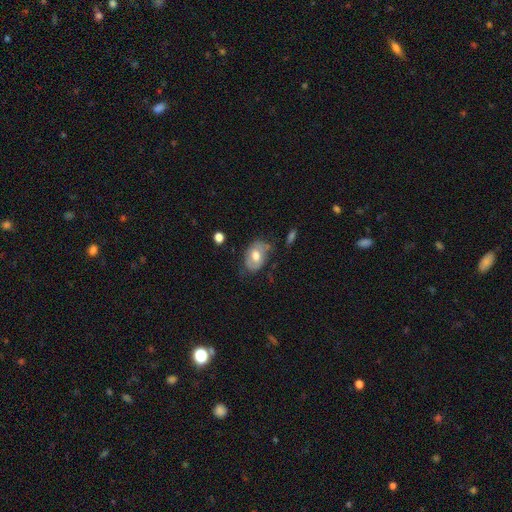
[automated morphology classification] Smooth or featured?
  - smooth: 56% *
  - featured or disk: 37%
  - star or artifact: 7%
How rounded?
  - in between: 79% *
  - round: 20%
  - cigar-shaped: 1%
Merging?
  - none: 54% *
  - minor disturbance: 30%
  - major disturbance: 12%
  - merger: 4%